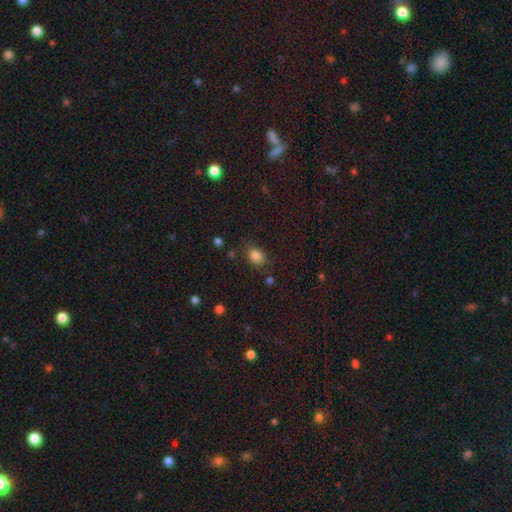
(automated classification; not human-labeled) The model was most divided on "how rounded": in between: 63%, round: 36%, cigar-shaped: 1%. More confident: smooth or featured — smooth (82%); merging — none (71%).